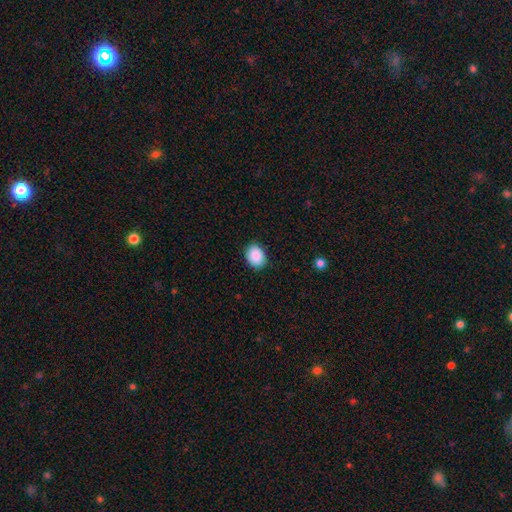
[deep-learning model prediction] The model was most divided on "how rounded": in between: 58%, round: 41%, cigar-shaped: 1%. More confident: smooth or featured — smooth (90%); merging — none (90%).